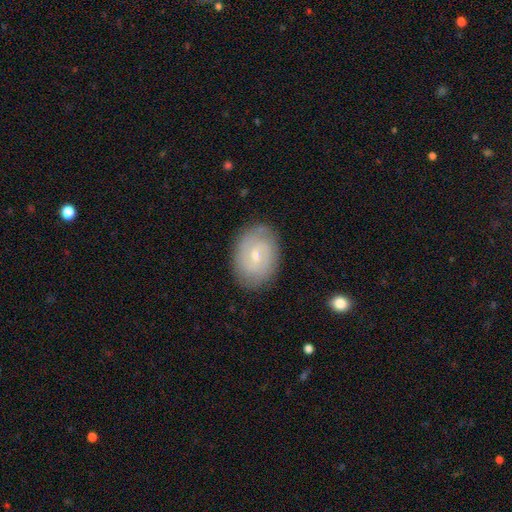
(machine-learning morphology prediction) Smooth or featured? featured or disk (64%)
Edge-on disk? no (96%)
Bar? weak (51%)
Spiral arms? yes (84%)
Spiral winding? tight (52%)
Spiral arm count? 2 (62%)
Bulge size? small (61%)
Merging? none (84%)